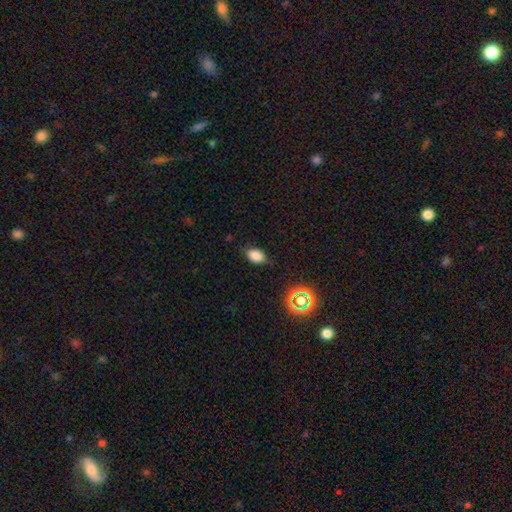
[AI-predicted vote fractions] A smooth galaxy with no disk features (81%) that is in between round and cigar-shaped (84%). Merging: none (78%).